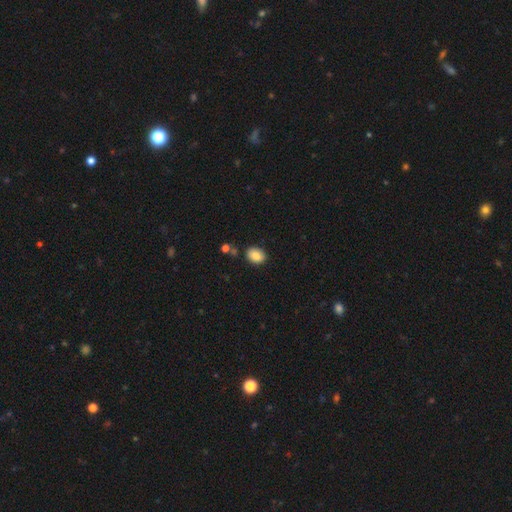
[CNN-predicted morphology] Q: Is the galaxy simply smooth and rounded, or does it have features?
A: smooth — 84%.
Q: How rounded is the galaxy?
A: in between — 70%.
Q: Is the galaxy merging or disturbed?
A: none — 82%.